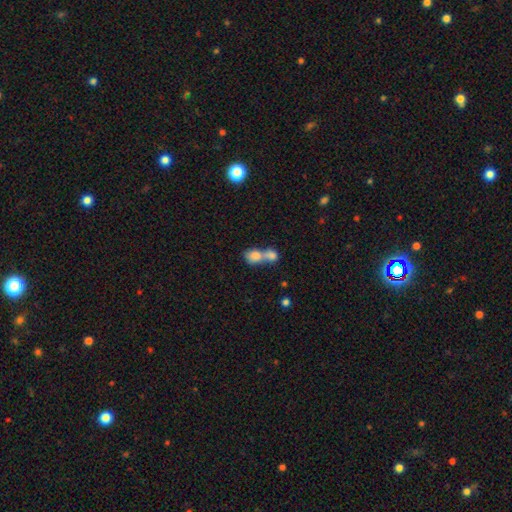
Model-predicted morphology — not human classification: Smooth or featured: smooth — 78% (featured or disk — 13%)
How rounded: round — 49% (in between — 48%)
Merging: merger — 77% (none — 15%)